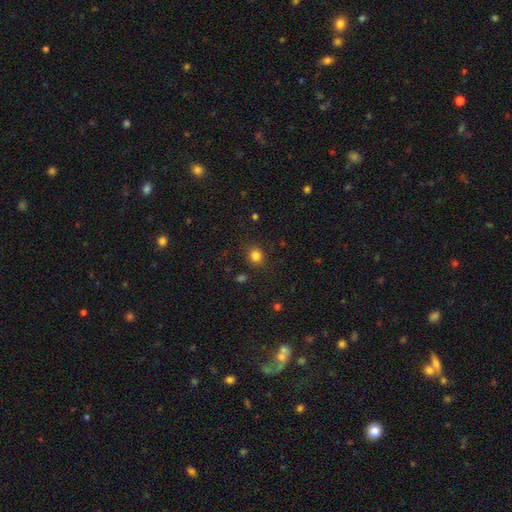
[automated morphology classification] Smooth or featured?
  - smooth: 82% *
  - star or artifact: 13%
  - featured or disk: 4%
How rounded?
  - round: 85% *
  - in between: 14%
  - cigar-shaped: 1%
Merging?
  - none: 86% *
  - minor disturbance: 9%
  - major disturbance: 3%
  - merger: 2%